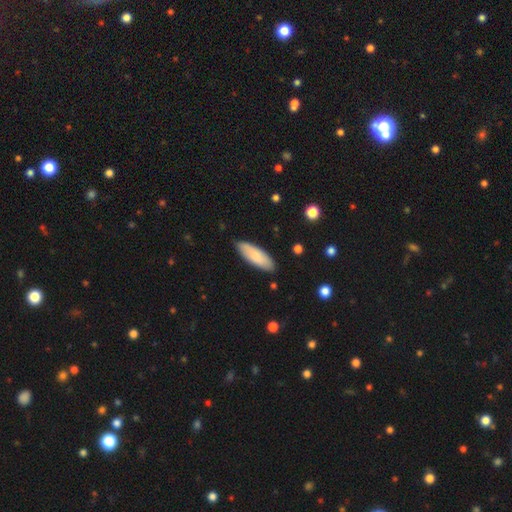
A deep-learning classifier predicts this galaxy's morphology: Smooth or featured? Predicted: smooth (p=0.83). How rounded? Predicted: in between (p=0.64). Merging? Predicted: none (p=0.85).